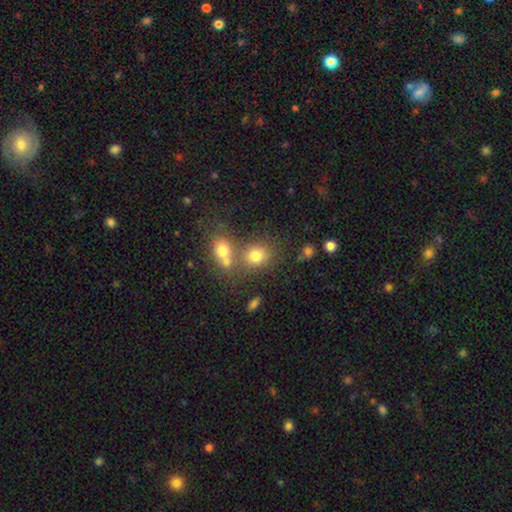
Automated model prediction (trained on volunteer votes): Q: Smooth or featured?
A: smooth (74%); runner-up: star or artifact (15%)
Q: How rounded?
A: round (65%); runner-up: in between (34%)
Q: Merging?
A: none (54%); runner-up: merger (29%)